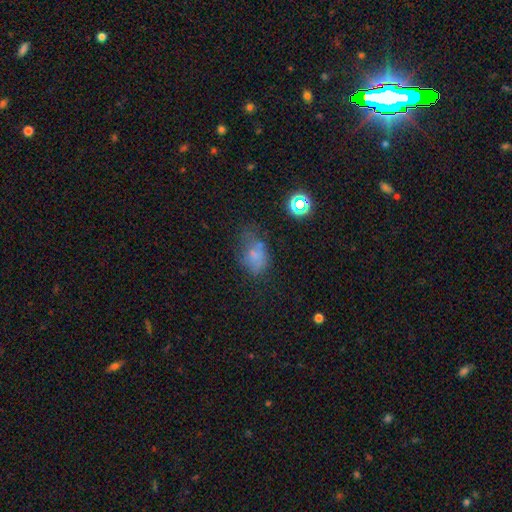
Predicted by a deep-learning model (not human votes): The model was most divided on "merging": none: 38%, minor disturbance: 29%, major disturbance: 24%, merger: 10%. More confident: how rounded — in between (79%); smooth or featured — smooth (60%).